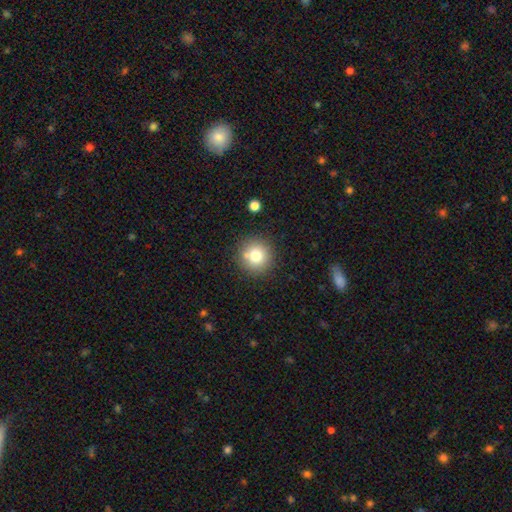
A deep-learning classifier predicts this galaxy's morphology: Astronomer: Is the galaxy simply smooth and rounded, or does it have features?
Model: smooth — 77%.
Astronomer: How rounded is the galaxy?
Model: round — 94%.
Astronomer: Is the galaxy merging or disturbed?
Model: none — 84%.